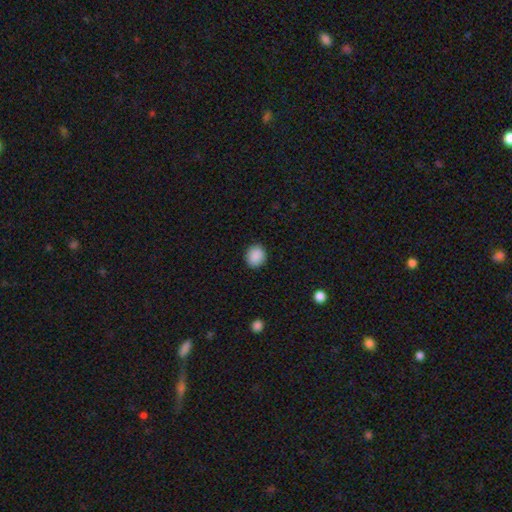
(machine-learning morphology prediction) Q: Smooth or featured?
A: smooth (89%); runner-up: star or artifact (8%)
Q: How rounded?
A: round (79%); runner-up: in between (21%)
Q: Merging?
A: none (91%); runner-up: minor disturbance (6%)